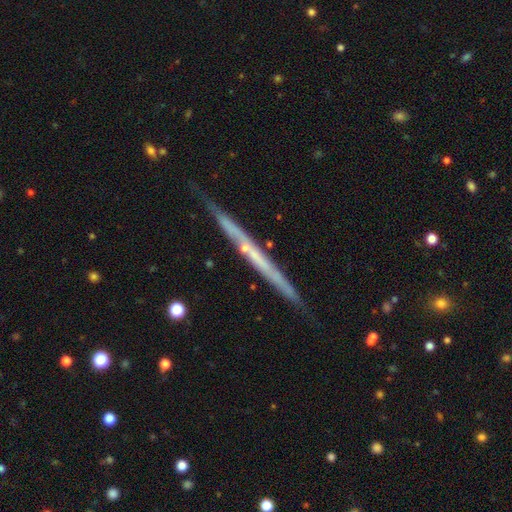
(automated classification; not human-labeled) This is likely a featured or disk galaxy (67%). It is clearly viewed edge-on (96%). Edge-on bulge: clearly none (81%). Merging: clearly none (82%).